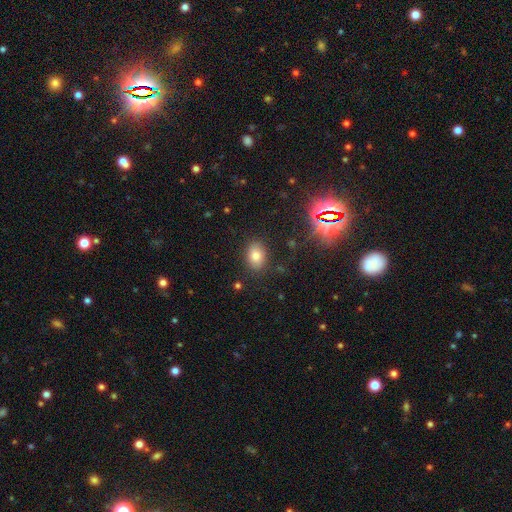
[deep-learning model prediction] smooth 76%, star or artifact 13%, featured or disk 10%. Down the decision tree: how rounded — in between (75%); merging — none (85%).